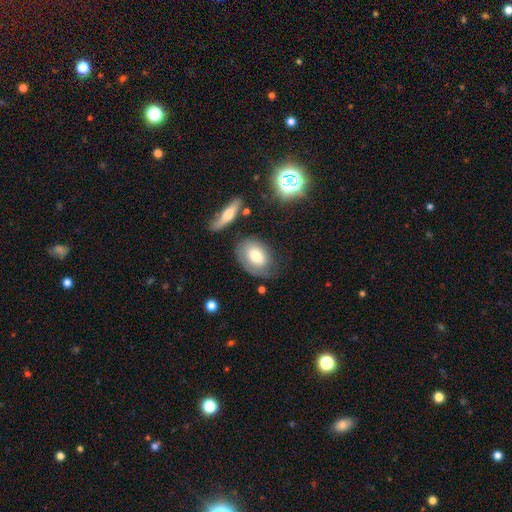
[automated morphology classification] smooth_or_featured: smooth (p=0.68) [alt: featured or disk p=0.24]
how_rounded: in between (p=0.77) [alt: round p=0.21]
merging: none (p=0.58) [alt: minor disturbance p=0.26]